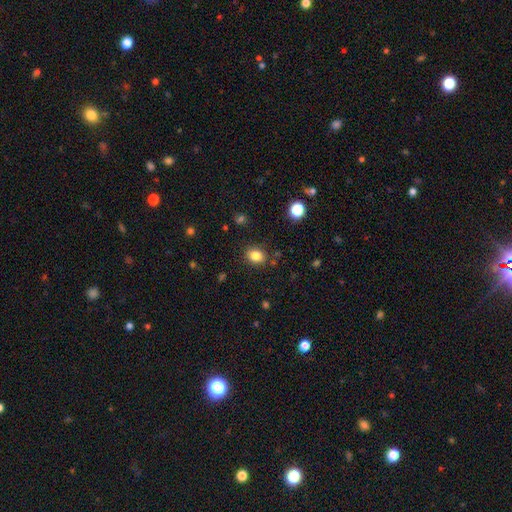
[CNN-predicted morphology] A smooth galaxy with no disk features (84%) that is in between round and cigar-shaped (51%). Merging: none (84%).